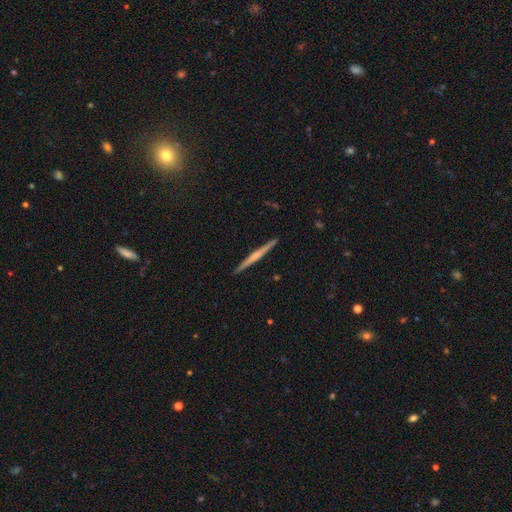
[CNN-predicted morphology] Smooth or featured? featured or disk (63%)
Edge-on disk? yes (98%)
Edge-on bulge? none (44%, tied with rounded)
Merging? none (92%)